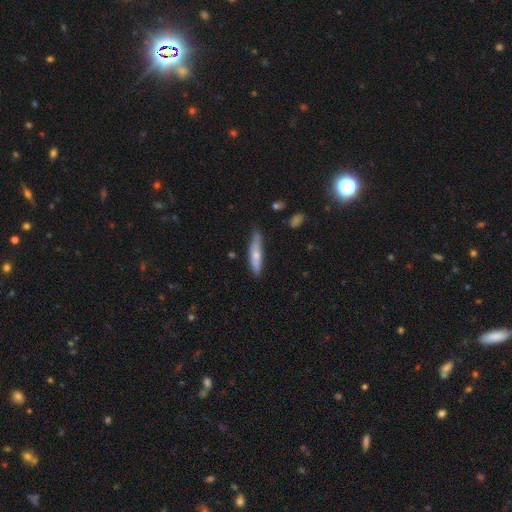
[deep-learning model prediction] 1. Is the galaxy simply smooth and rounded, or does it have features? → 60% smooth, 34% featured or disk, 6% star or artifact.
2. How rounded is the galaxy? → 81% cigar-shaped, 17% in between, 2% round.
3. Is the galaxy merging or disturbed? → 72% none, 23% minor disturbance, 4% major disturbance, 2% merger.